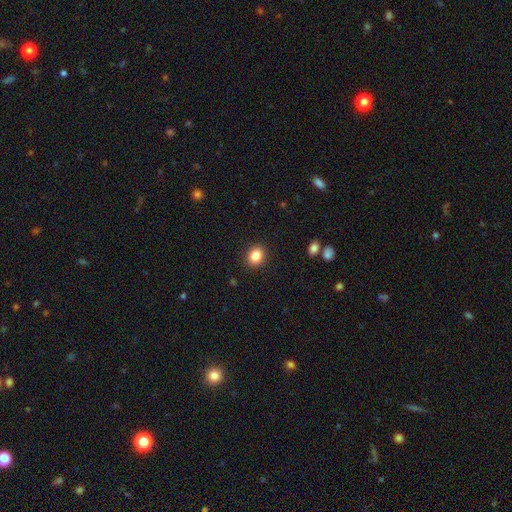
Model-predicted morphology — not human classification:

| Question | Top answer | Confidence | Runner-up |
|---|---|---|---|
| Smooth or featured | smooth | 85% | star or artifact (10%) |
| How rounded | round | 60% | in between (39%) |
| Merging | none | 91% | minor disturbance (6%) |